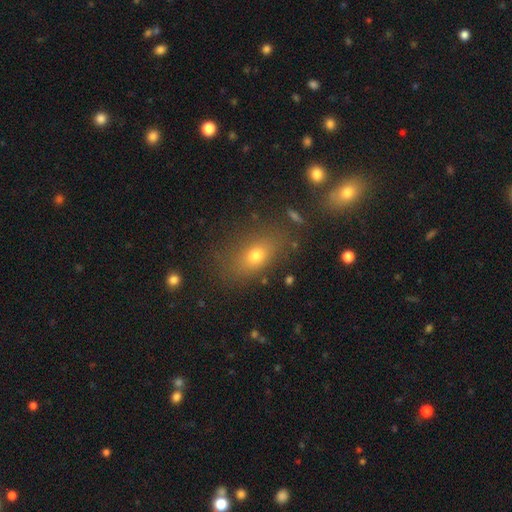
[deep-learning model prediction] Smooth or featured? smooth (71%)
How rounded? in between (76%)
Merging? none (78%)